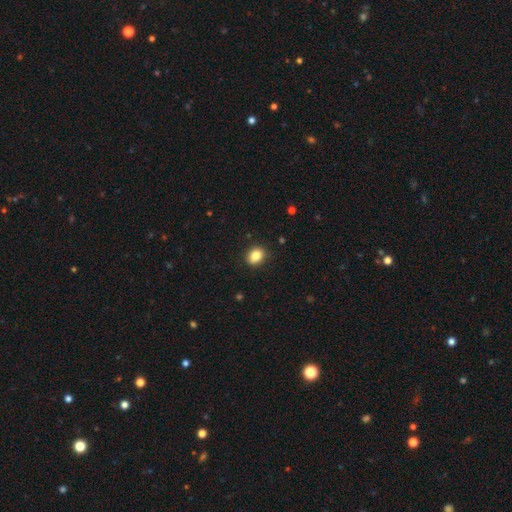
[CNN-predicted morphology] A smooth galaxy with no disk features (84%) that is round (57%). Merging: none (89%).